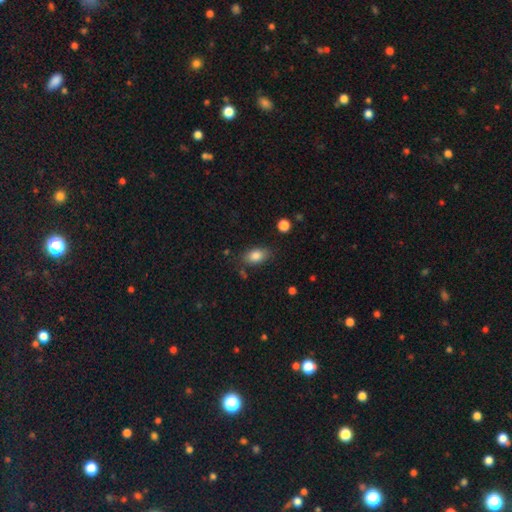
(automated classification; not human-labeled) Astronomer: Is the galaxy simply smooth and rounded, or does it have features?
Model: smooth — 83%.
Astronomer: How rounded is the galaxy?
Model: in between — 87%.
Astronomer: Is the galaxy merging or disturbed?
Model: none — 79%.